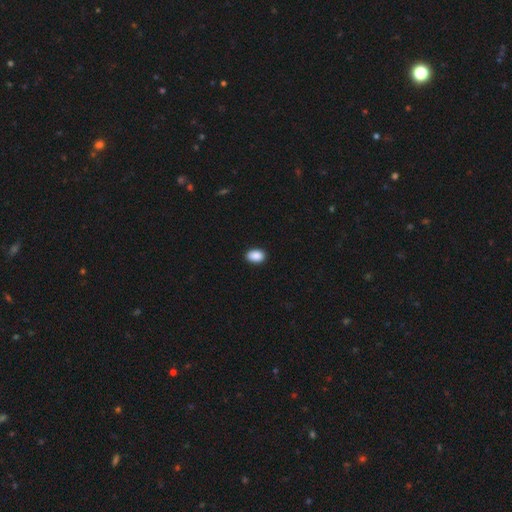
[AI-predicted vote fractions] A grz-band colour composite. It shows a smooth galaxy with no disk features (90%) that is in between round and cigar-shaped (85%). Merging: none (90%).